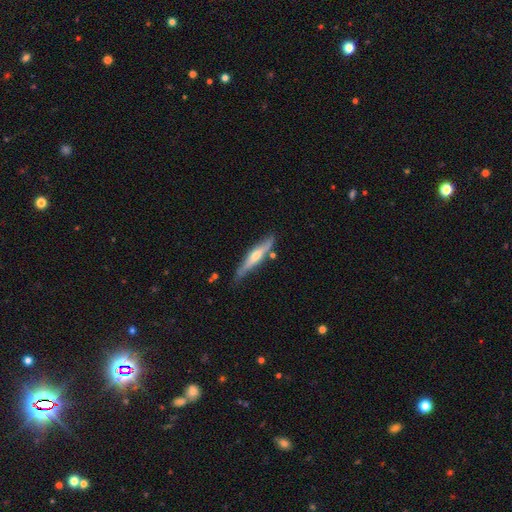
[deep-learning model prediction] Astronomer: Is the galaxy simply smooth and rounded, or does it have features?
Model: featured or disk — 59% (runner-up: smooth, 36%).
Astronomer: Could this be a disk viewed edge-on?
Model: yes — 93%.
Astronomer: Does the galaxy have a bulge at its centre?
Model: rounded — 83%.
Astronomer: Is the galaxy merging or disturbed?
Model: none — 76%.